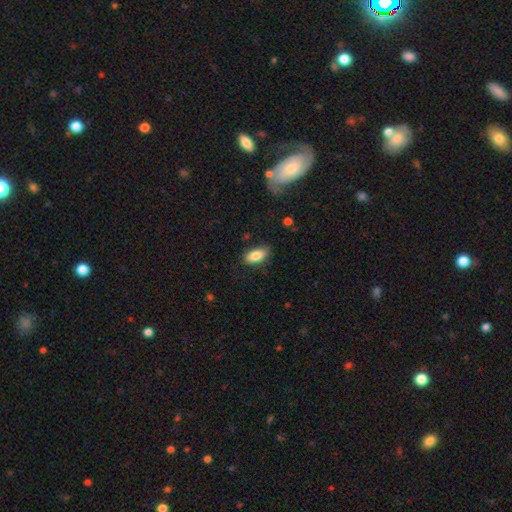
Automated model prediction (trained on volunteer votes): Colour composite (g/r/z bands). It shows a smooth galaxy with no disk features (83%) that is in between round and cigar-shaped (86%). Merging: none (82%).